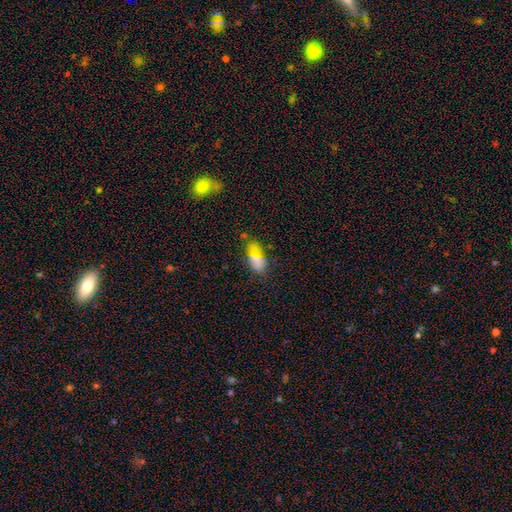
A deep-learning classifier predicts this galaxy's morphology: Smooth or featured: smooth — 71% (star or artifact — 16%)
How rounded: in between — 85% (cigar-shaped — 10%)
Merging: none — 67% (minor disturbance — 20%)